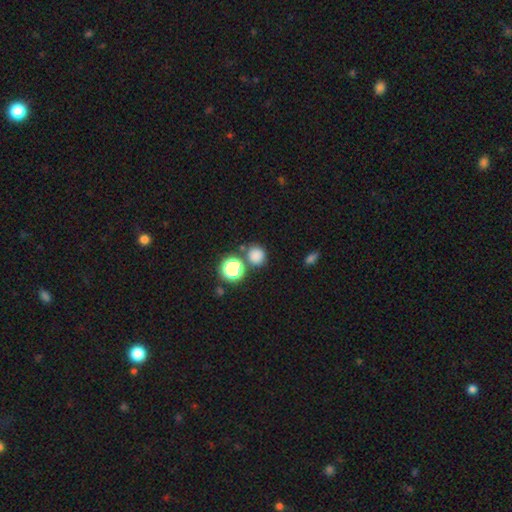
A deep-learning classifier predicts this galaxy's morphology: A smooth galaxy with no disk features (79%) that is round (85%).

Vote fractions:
- Smooth or featured? smooth: 79% / star or artifact: 16% / featured or disk: 5%
- How rounded? round: 85% / in between: 14% / cigar-shaped: 1%
- Merging? none: 76% / merger: 12% / minor disturbance: 9% / major disturbance: 3%